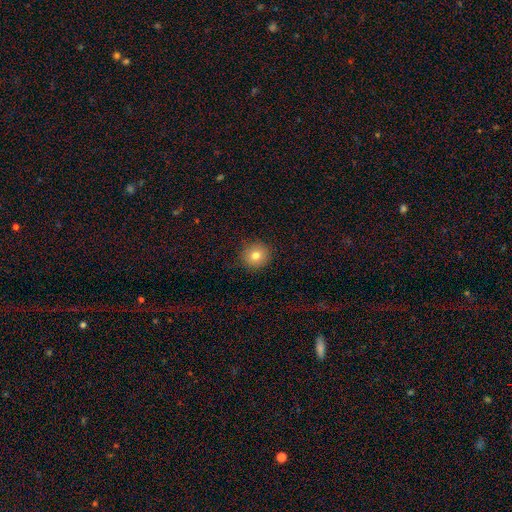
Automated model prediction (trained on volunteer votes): Smooth or featured: smooth — 79% (star or artifact — 12%)
How rounded: round — 93% (in between — 6%)
Merging: none — 90% (minor disturbance — 7%)